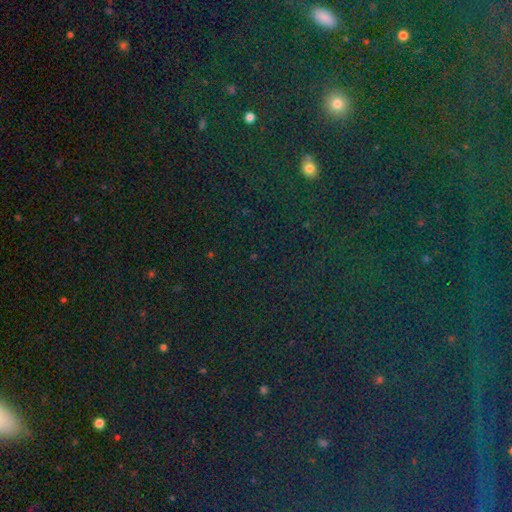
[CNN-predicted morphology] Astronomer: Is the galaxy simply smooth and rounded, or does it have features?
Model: star or artifact — 81%.